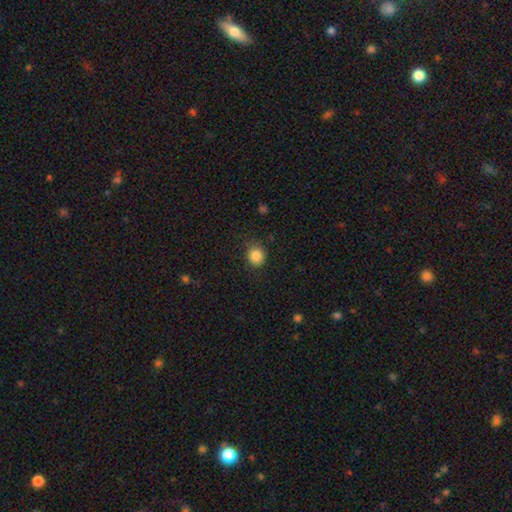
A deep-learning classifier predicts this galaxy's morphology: smooth 86%, star or artifact 10%, featured or disk 4%. Down the decision tree: how rounded — round (83%); merging — none (83%).